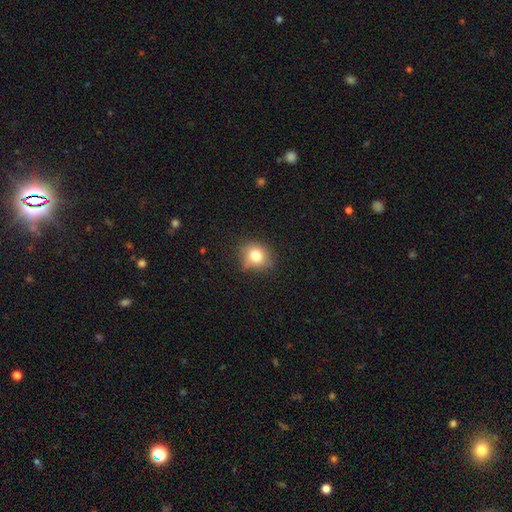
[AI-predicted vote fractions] Q: Smooth or featured?
A: smooth (78%); runner-up: star or artifact (12%)
Q: How rounded?
A: round (69%); runner-up: in between (30%)
Q: Merging?
A: none (71%); runner-up: minor disturbance (22%)